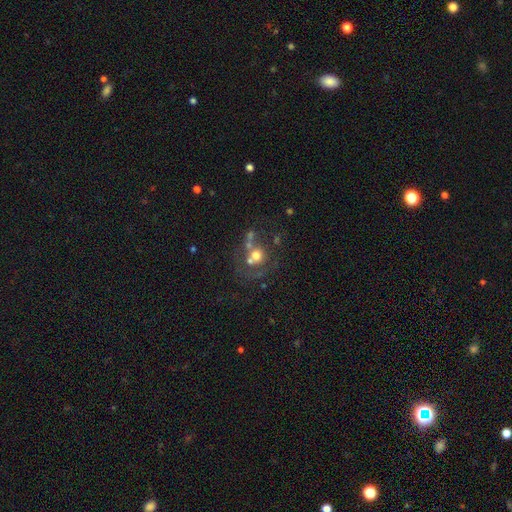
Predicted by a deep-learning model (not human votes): This is possibly a smooth galaxy (49%). Merging: marginally none (41%).